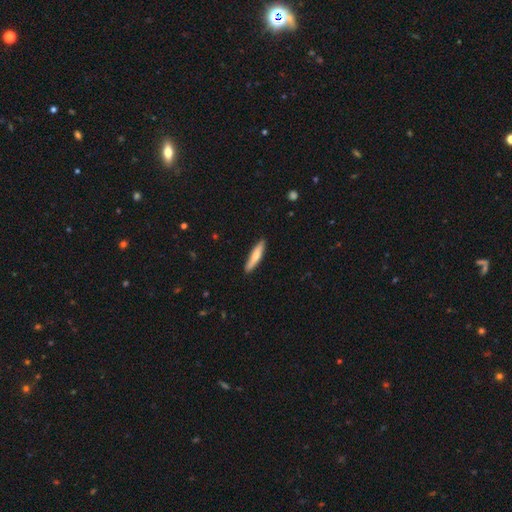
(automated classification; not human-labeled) Smooth or featured? smooth (66%)
How rounded? cigar-shaped (85%)
Merging? none (89%)